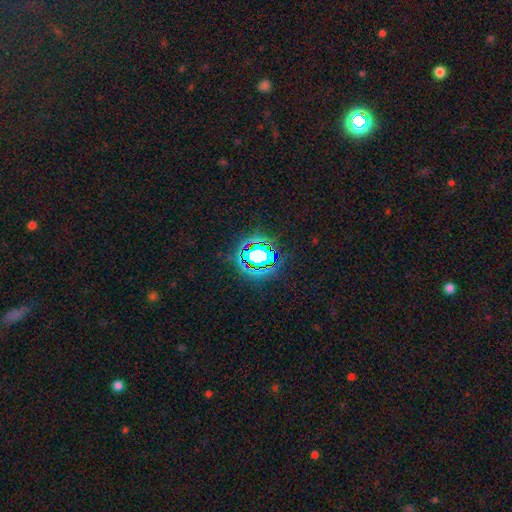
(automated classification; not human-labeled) Q: Smooth or featured?
A: star or artifact (66%); runner-up: smooth (20%)